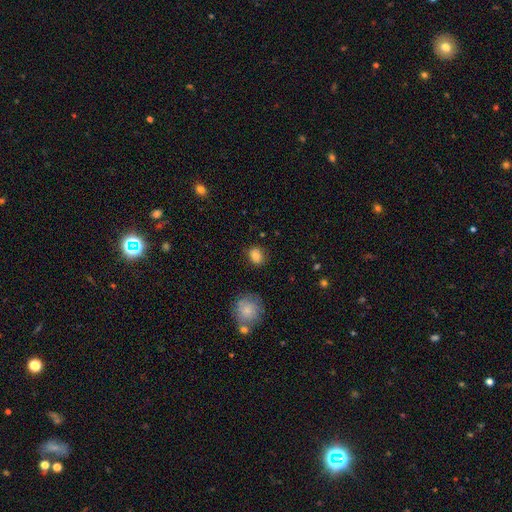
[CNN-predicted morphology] smooth-or-featured: smooth: 83% | star or artifact: 10% | featured or disk: 7%
  how-rounded: round: 58% | in between: 41% | cigar-shaped: 1%
  merging: none: 83% | minor disturbance: 11% | major disturbance: 3% | merger: 2%